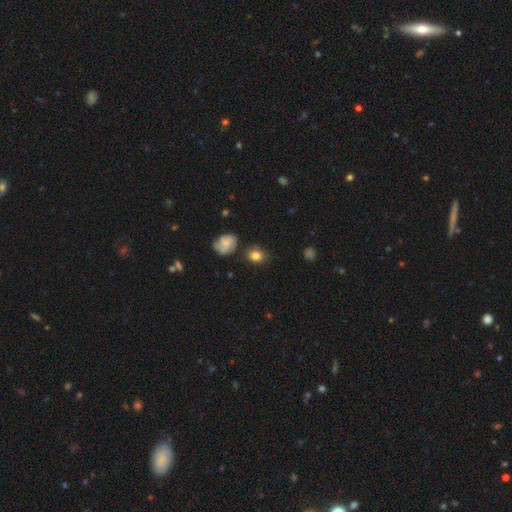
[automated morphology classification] type=smooth (77%); roundness=round (62%); merging=none (73%).